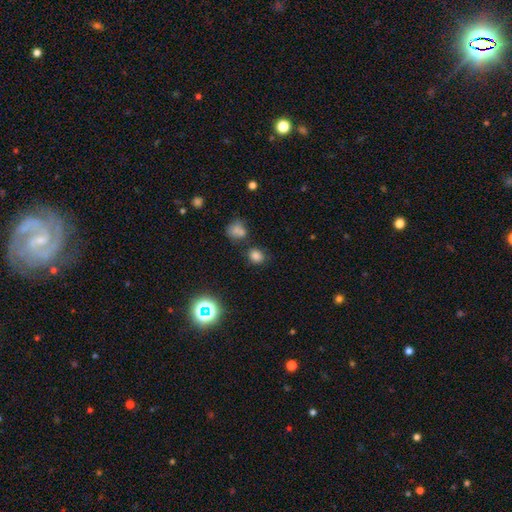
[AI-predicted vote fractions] A smooth galaxy with no disk features (76%) that is round (60%). Merging: none (72%).